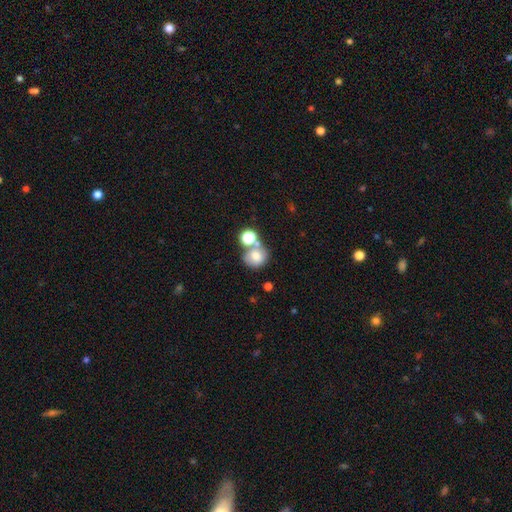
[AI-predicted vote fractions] Smooth or featured?
  - smooth: 71% *
  - featured or disk: 16%
  - star or artifact: 13%
How rounded?
  - round: 78% *
  - in between: 21%
  - cigar-shaped: 1%
Merging?
  - none: 47% *
  - merger: 36%
  - minor disturbance: 12%
  - major disturbance: 6%